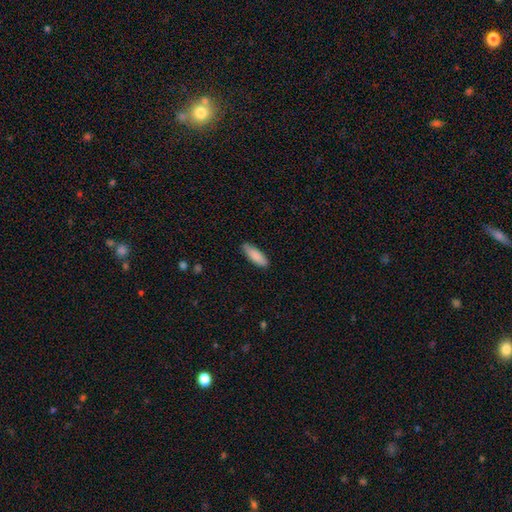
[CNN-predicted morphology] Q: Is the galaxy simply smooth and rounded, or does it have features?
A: smooth — 88%.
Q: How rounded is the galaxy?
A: in between — 56%.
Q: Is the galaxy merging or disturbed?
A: none — 84%.